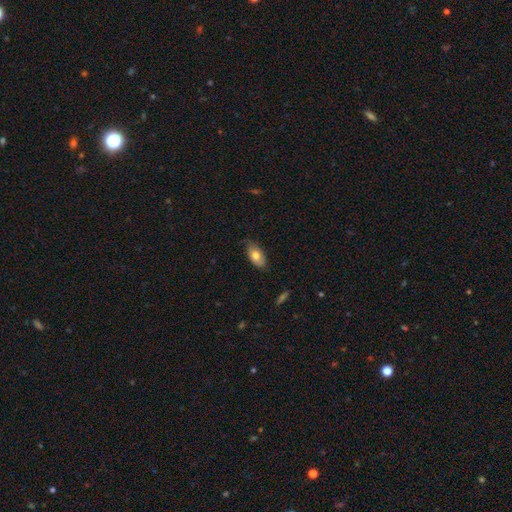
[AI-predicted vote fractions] Smooth or featured?
  - smooth: 74% *
  - featured or disk: 19%
  - star or artifact: 7%
How rounded?
  - in between: 92% *
  - round: 4%
  - cigar-shaped: 4%
Merging?
  - none: 69% *
  - minor disturbance: 26%
  - major disturbance: 4%
  - merger: 1%